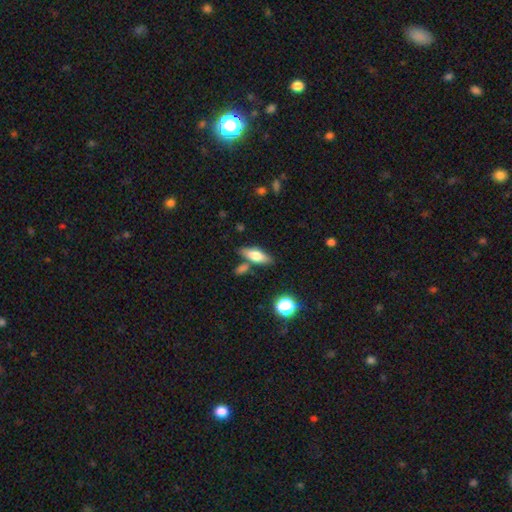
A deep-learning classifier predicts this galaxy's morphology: type=smooth (61%); roundness=in between (63%); merging=none (72%).